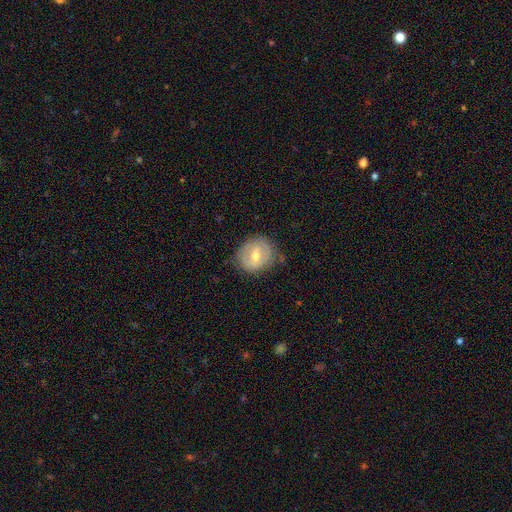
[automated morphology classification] This is possibly a smooth galaxy (47%). Merging: likely none (71%).